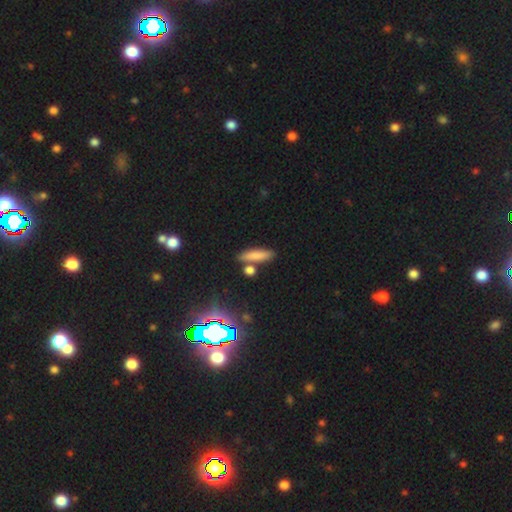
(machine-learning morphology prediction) smooth_or_featured: smooth (p=0.78) [alt: star or artifact p=0.11]
how_rounded: cigar-shaped (p=0.68) [alt: in between p=0.28]
merging: none (p=0.75) [alt: merger p=0.12]